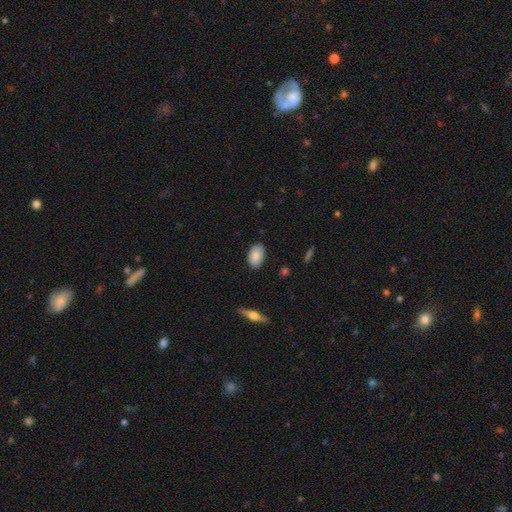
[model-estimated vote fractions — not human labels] This appears to be a smooth galaxy with no disk features (85%) that is in between round and cigar-shaped (93%). Merging: none (81%).